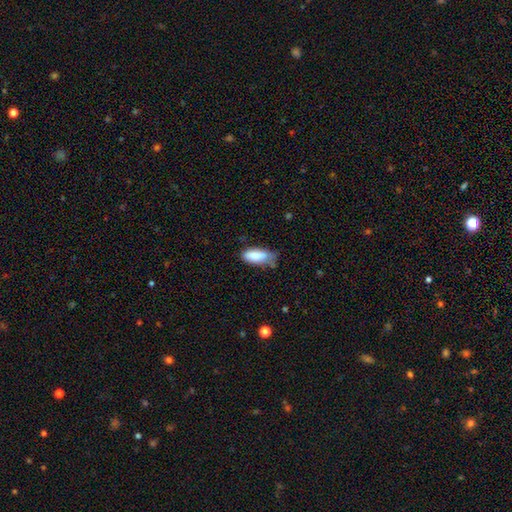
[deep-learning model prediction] A smooth galaxy with no disk features (85%) that is in between round and cigar-shaped (81%).

Vote fractions:
- Smooth or featured? smooth: 85% / featured or disk: 8% / star or artifact: 7%
- How rounded? in between: 81% / cigar-shaped: 17% / round: 2%
- Merging? none: 44% / minor disturbance: 40% / major disturbance: 11% / merger: 4%